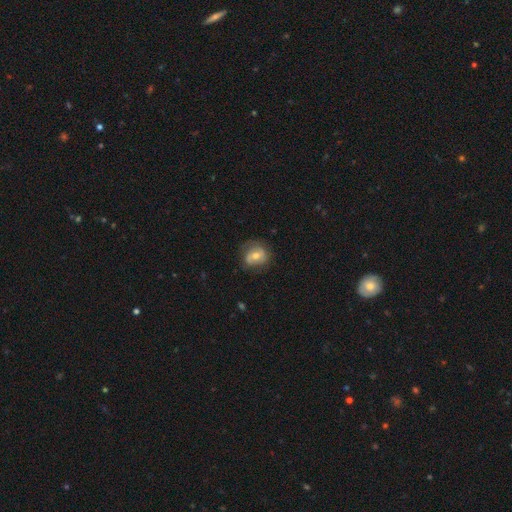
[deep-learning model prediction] The model was most divided on "smooth or featured": smooth: 49%, featured or disk: 43%, star or artifact: 9%. More confident: merging — none (62%).